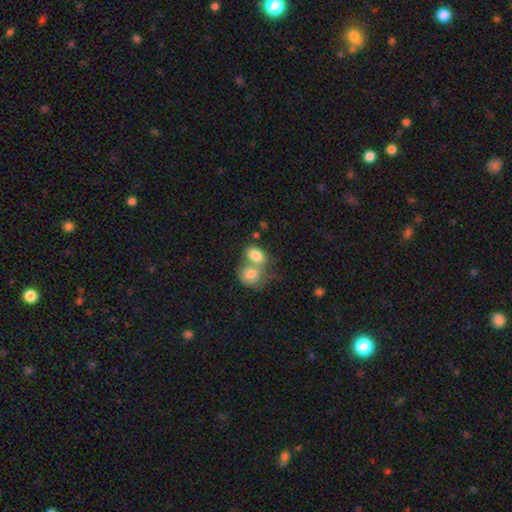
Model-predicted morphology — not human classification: Smooth or featured? smooth (80%)
How rounded? in between (74%)
Merging? merger (64%)